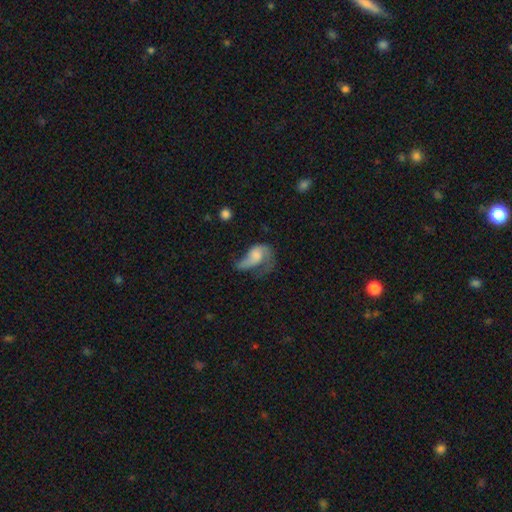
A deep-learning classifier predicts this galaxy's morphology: Smooth or featured? Predicted: featured or disk (p=0.59). Edge-on disk? Predicted: no (p=0.96). Bar? Predicted: no (p=0.69). Spiral arms? Predicted: yes (p=0.77). Bulge size? Predicted: moderate (p=0.30). Merging? Predicted: major disturbance (p=0.52).